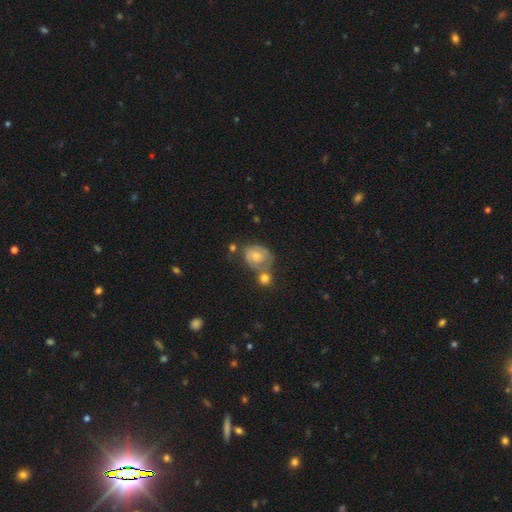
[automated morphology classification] Overall: featured or disk (48%; smooth 44%). Merging: none (36%; merger 29%).